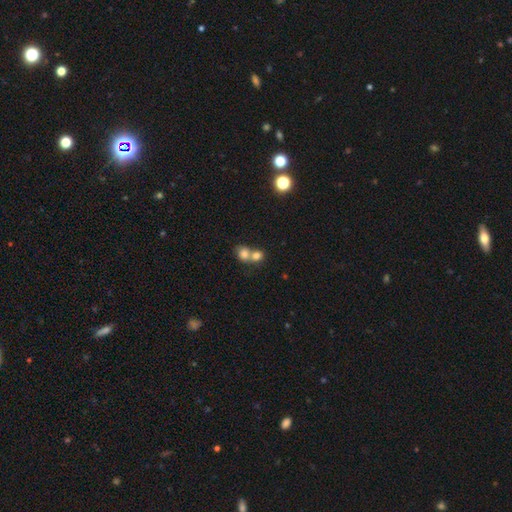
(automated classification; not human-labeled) A smooth galaxy with no disk features (78%) that is round (73%). Merging: merger (65%).